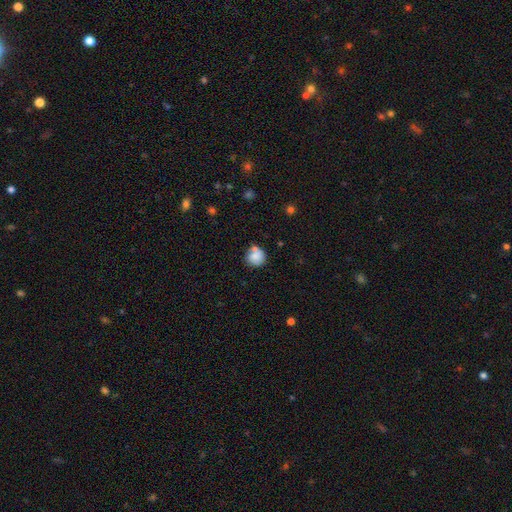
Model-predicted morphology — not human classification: A smooth galaxy with no disk features (80%) that is round (87%). Merging: none (60%).